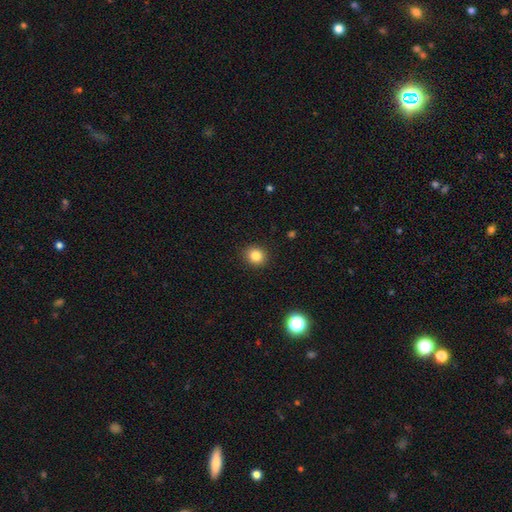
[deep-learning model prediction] The model was most divided on "how rounded": round: 81%, in between: 18%, cigar-shaped: 1%. More confident: merging — none (91%); smooth or featured — smooth (84%).